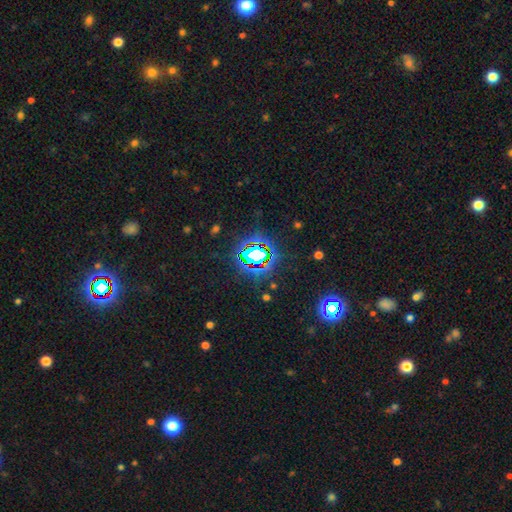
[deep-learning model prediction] smooth_or_featured: star or artifact (p=0.76) [alt: smooth p=0.13]